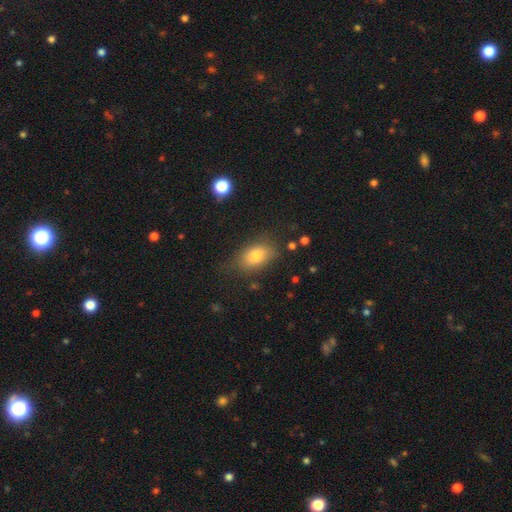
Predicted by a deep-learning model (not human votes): A smooth galaxy with no disk features (78%) that is in between round and cigar-shaped (84%). Merging: none (73%).